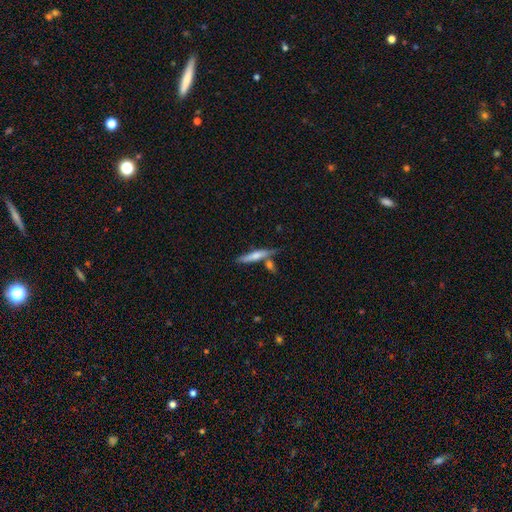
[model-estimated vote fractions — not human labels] This is possibly a smooth galaxy (55%). How rounded: clearly cigar-shaped (89%). Merging: likely none (64%).